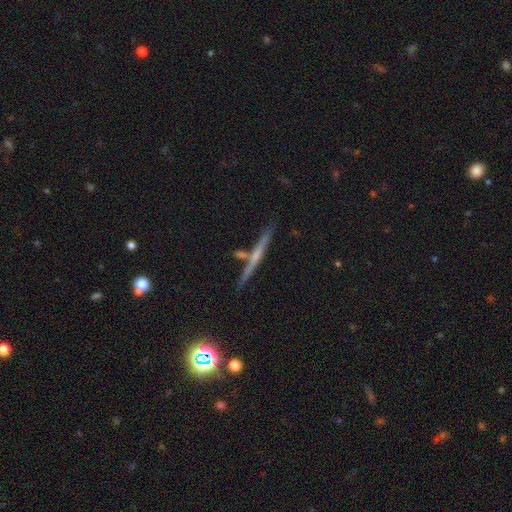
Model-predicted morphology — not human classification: The model was most divided on "edge-on bulge": none: 52%, rounded: 40%, boxy: 7%. More confident: edge-on disk — yes (97%); merging — none (81%); smooth or featured — featured or disk (61%).